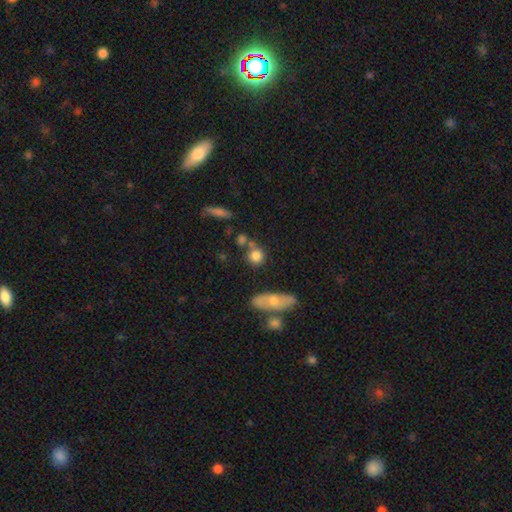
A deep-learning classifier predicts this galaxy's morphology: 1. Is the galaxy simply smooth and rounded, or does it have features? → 80% smooth, 10% featured or disk, 10% star or artifact.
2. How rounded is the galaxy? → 83% round, 14% in between, 3% cigar-shaped.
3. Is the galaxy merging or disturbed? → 59% none, 24% merger, 12% minor disturbance, 4% major disturbance.